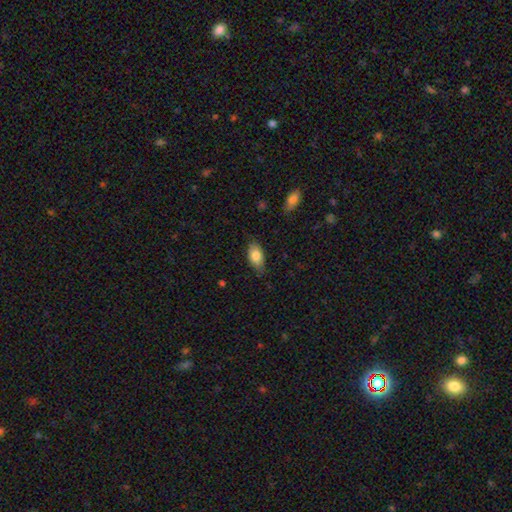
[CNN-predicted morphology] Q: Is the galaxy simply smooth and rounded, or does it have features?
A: smooth — 81%.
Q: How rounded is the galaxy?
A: in between — 91%.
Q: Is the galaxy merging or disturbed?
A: none — 76%.